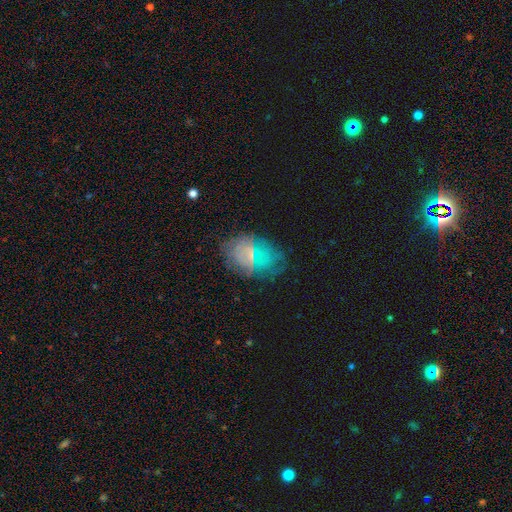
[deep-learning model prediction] Smooth or featured? smooth (38%, tied with featured or disk)
Merging? none (63%)